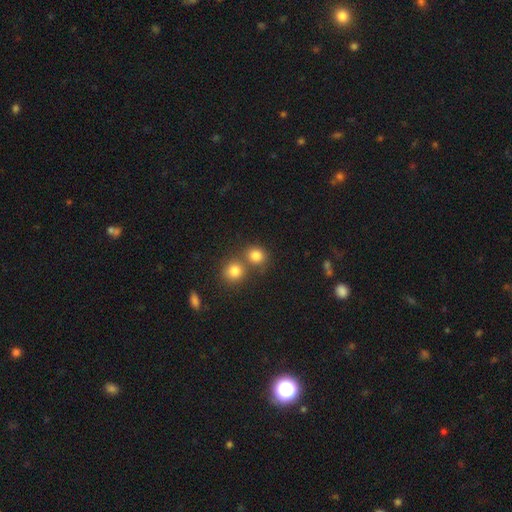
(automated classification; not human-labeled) Smooth or featured? smooth (82%)
How rounded? round (83%)
Merging? none (57%)